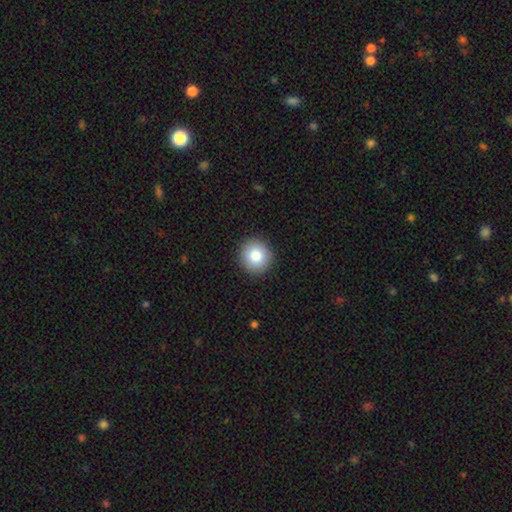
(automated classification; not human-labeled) A smooth galaxy with no disk features (82%) that is round (93%).

Vote fractions:
- Smooth or featured? smooth: 82% / star or artifact: 9% / featured or disk: 9%
- How rounded? round: 93% / in between: 6% / cigar-shaped: 1%
- Merging? none: 92% / minor disturbance: 5% / major disturbance: 2% / merger: 1%